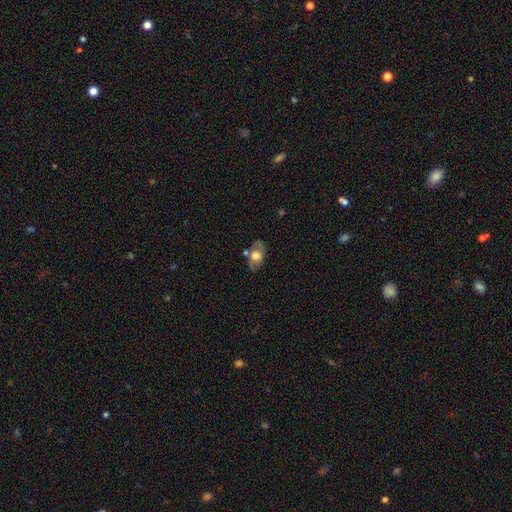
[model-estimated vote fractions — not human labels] Smooth or featured?
  - smooth: 56% *
  - featured or disk: 37%
  - star or artifact: 8%
How rounded?
  - in between: 85% *
  - round: 12%
  - cigar-shaped: 3%
Merging?
  - none: 66% *
  - minor disturbance: 20%
  - merger: 9%
  - major disturbance: 6%